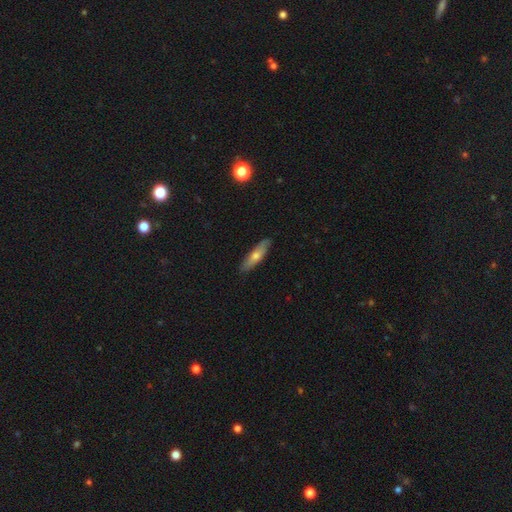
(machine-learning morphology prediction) A smooth galaxy with no disk features (59%) that is cigar-shaped (70%).

Vote fractions:
- Smooth or featured? smooth: 59% / featured or disk: 35% / star or artifact: 6%
- How rounded? cigar-shaped: 70% / in between: 28% / round: 2%
- Merging? none: 87% / minor disturbance: 10% / major disturbance: 2% / merger: 1%